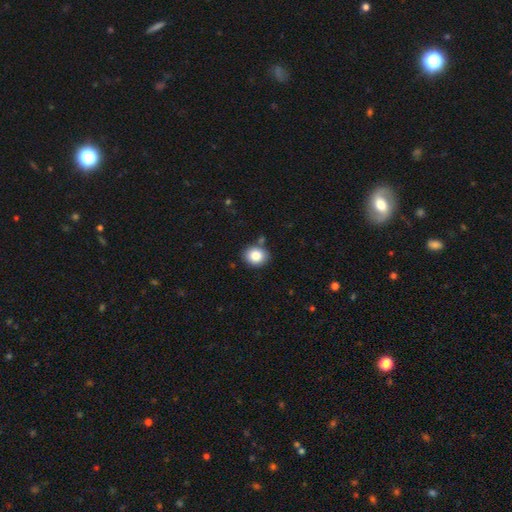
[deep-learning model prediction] smooth-or-featured: smooth: 85% | star or artifact: 9% | featured or disk: 6%
  how-rounded: round: 60% | in between: 39% | cigar-shaped: 1%
  merging: none: 83% | minor disturbance: 10% | merger: 4% | major disturbance: 2%